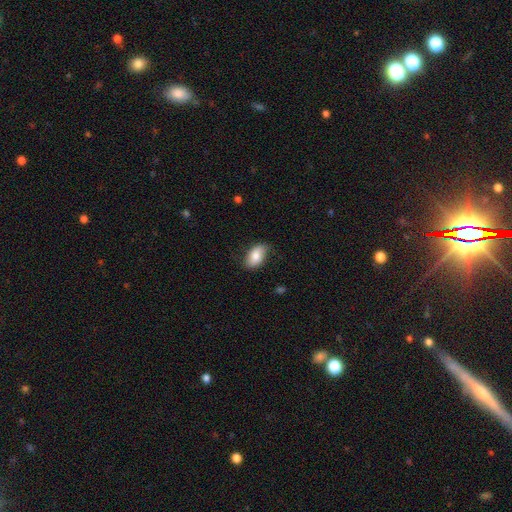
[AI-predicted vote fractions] Smooth or featured? Predicted: smooth (p=0.80). How rounded? Predicted: in between (p=0.93). Merging? Predicted: none (p=0.76).